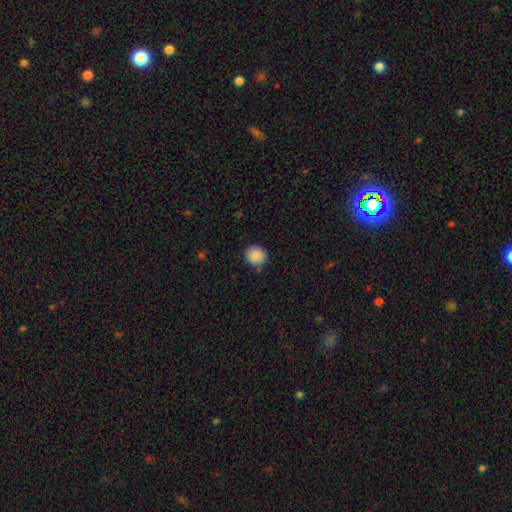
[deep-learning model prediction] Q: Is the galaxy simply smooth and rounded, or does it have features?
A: smooth — 89%.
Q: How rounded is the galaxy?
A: round — 77%.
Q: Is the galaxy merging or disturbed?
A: none — 86%.